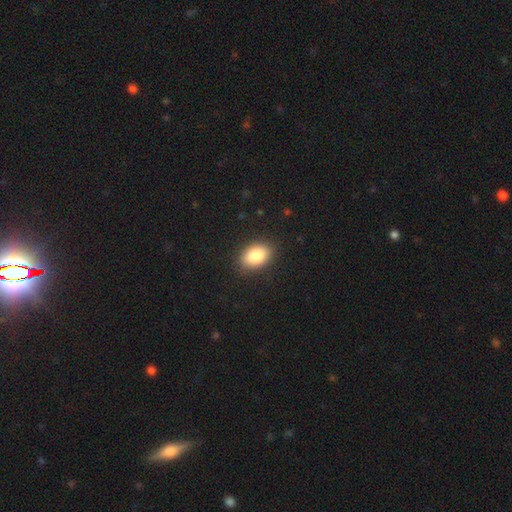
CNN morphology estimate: A smooth galaxy with no disk features (86%) that is in between round and cigar-shaped (87%). Merging: none (88%).